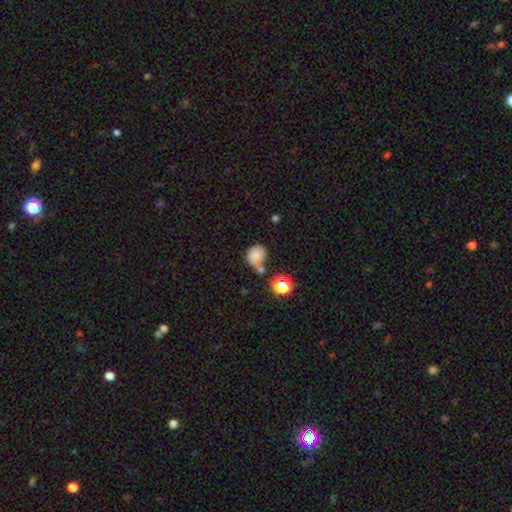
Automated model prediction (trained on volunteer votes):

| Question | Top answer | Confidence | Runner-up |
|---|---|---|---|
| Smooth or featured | smooth | 80% | star or artifact (12%) |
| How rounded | round | 69% | in between (30%) |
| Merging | none | 44% | merger (26%) |